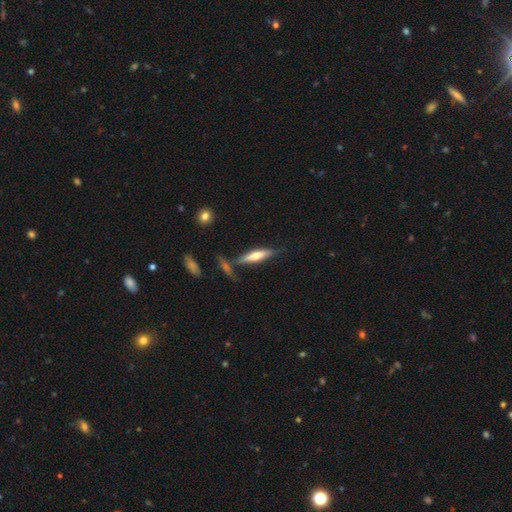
smooth 54%, featured or disk 46%, star or artifact 0%. Down the decision tree: how rounded — cigar-shaped (76%); merging — none (79%).